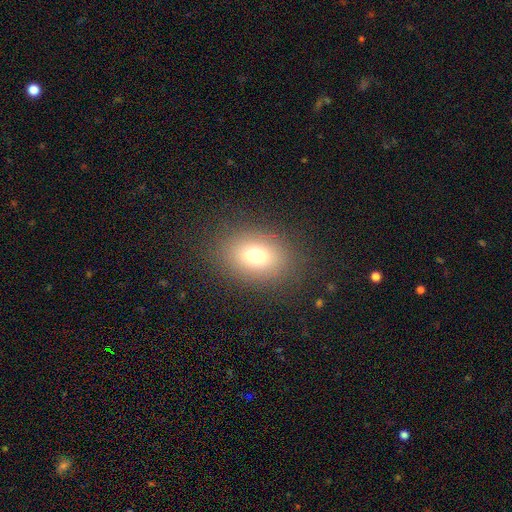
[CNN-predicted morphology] Smooth or featured? smooth (76%)
How rounded? in between (72%)
Merging? none (85%)